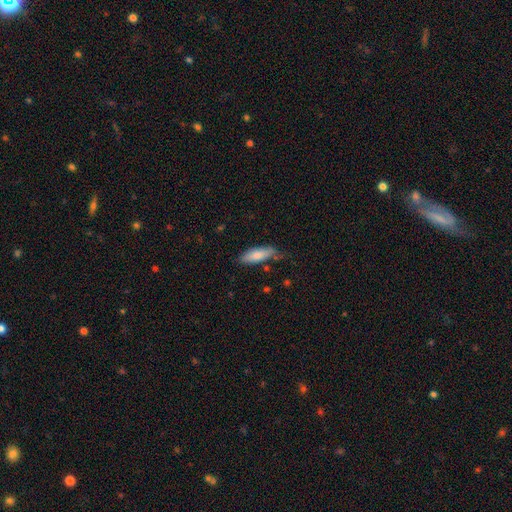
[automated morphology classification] A smooth galaxy with no disk features (79%) that is in between round and cigar-shaped (51%). Merging: none (67%).